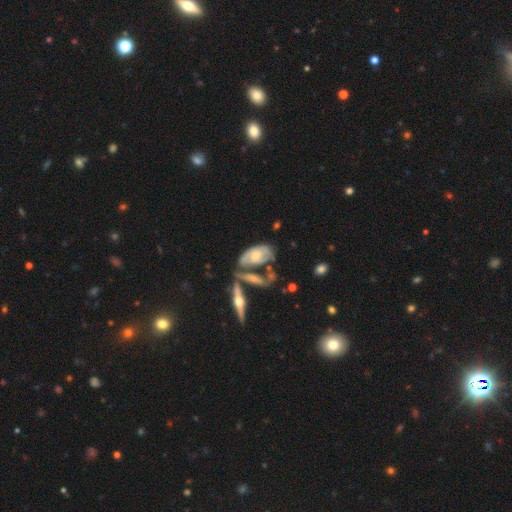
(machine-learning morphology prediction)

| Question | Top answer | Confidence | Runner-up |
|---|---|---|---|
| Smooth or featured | featured or disk | 61% | smooth (33%) |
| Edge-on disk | no | 77% | yes (23%) |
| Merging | none | 35% | merger (30%) |